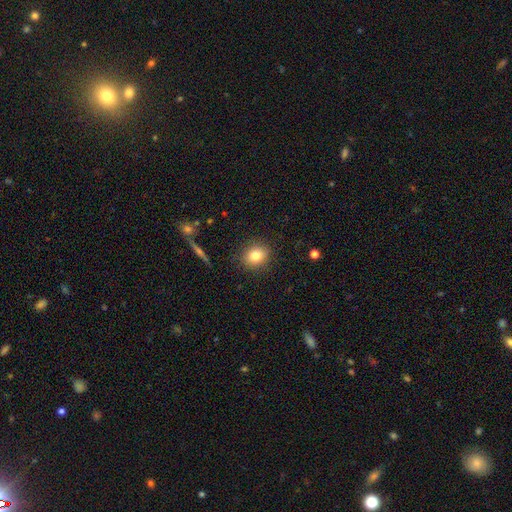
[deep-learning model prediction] Smooth or featured? Predicted: smooth (p=0.80). How rounded? Predicted: round (p=0.67). Merging? Predicted: none (p=0.88).